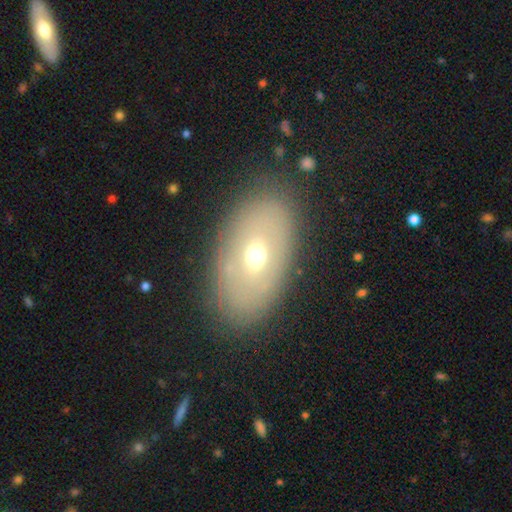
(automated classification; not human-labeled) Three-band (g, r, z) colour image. It shows a smooth galaxy with no disk features (52%) that is in between round and cigar-shaped (88%). Merging: none (83%).